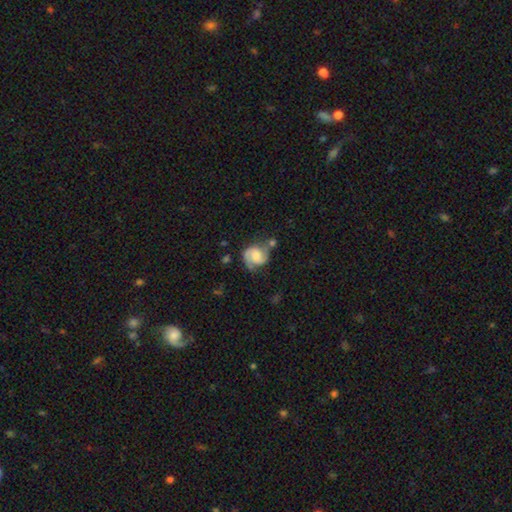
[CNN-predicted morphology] A featured or disk galaxy (78%) with no bar (48%), 2 (87%) medium (51%) spiral arms (95%) and a moderate central bulge (42%).

Vote fractions:
- Smooth or featured? featured or disk: 78% / smooth: 16% / star or artifact: 6%
- Edge-on disk? no: 98% / yes: 2%
- Bar? no: 48% / weak: 43% / strong: 10%
- Spiral arms? yes: 95% / no: 5%
- Spiral winding? medium: 51% / tight: 30% / loose: 19%
- Spiral arm count? 2: 87% / 1: 5% / can't tell: 4% / 3: 1% / 4: 1% / more than 4: 1%
- Bulge size? moderate: 42% / small: 25% / none: 16% / large: 15% / dominant: 2%
- Merging? none: 59% / minor disturbance: 22% / merger: 10% / major disturbance: 9%